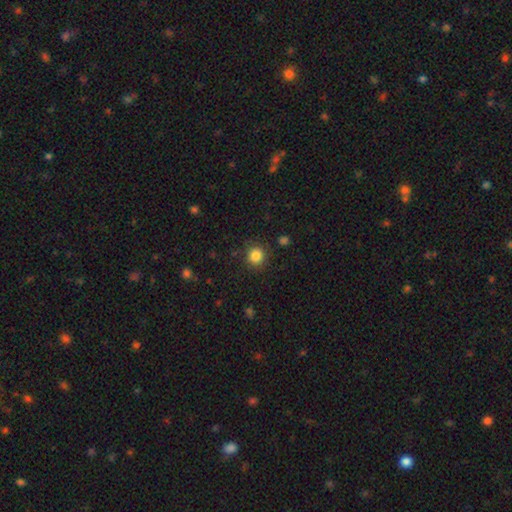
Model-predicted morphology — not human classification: smooth-or-featured: smooth: 84% | star or artifact: 11% | featured or disk: 5%
  how-rounded: round: 92% | in between: 7% | cigar-shaped: 1%
  merging: none: 88% | minor disturbance: 8% | major disturbance: 3% | merger: 2%